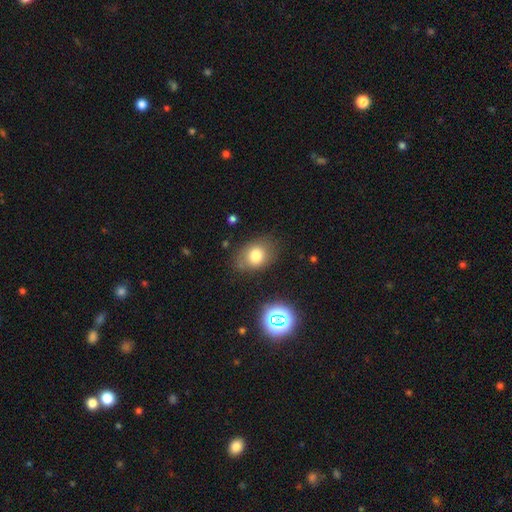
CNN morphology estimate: smooth-or-featured: smooth: 77% | star or artifact: 12% | featured or disk: 12%
  how-rounded: in between: 63% | round: 36% | cigar-shaped: 1%
  merging: none: 72% | minor disturbance: 19% | major disturbance: 6% | merger: 3%